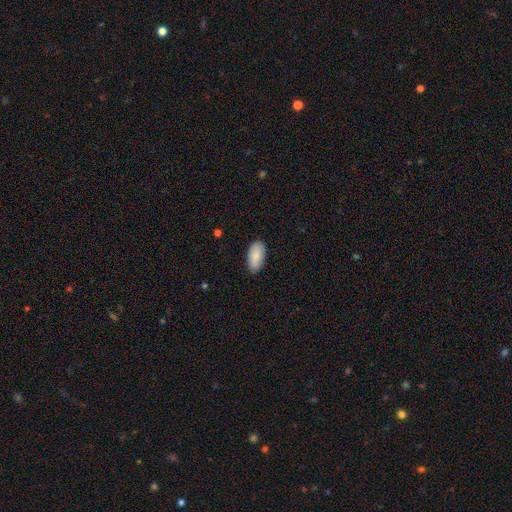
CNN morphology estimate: Smooth or featured: smooth — 88% (featured or disk — 6%)
How rounded: in between — 94% (cigar-shaped — 4%)
Merging: none — 83% (minor disturbance — 14%)